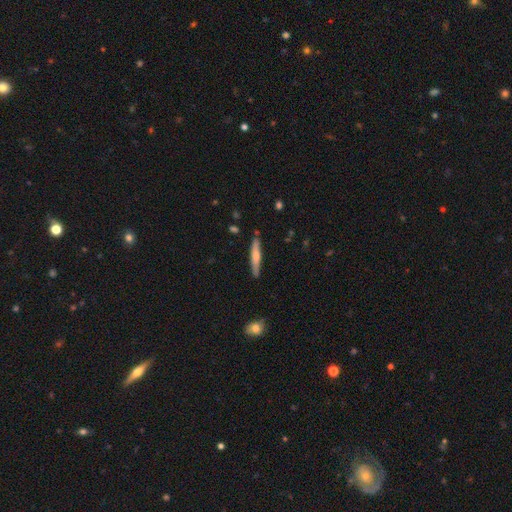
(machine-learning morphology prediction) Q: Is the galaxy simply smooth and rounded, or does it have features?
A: smooth — 57%.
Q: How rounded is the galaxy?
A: cigar-shaped — 92%.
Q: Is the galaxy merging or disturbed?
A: none — 85%.